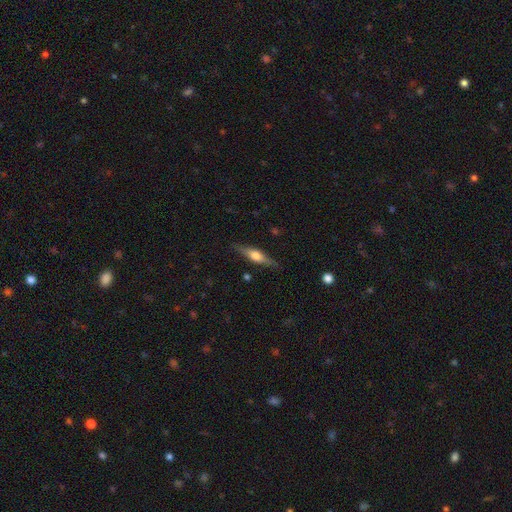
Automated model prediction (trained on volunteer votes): Overall: featured or disk (68%). Edge-on disk: yes (96%). Edge-on bulge: rounded (88%). Merging: none (86%).